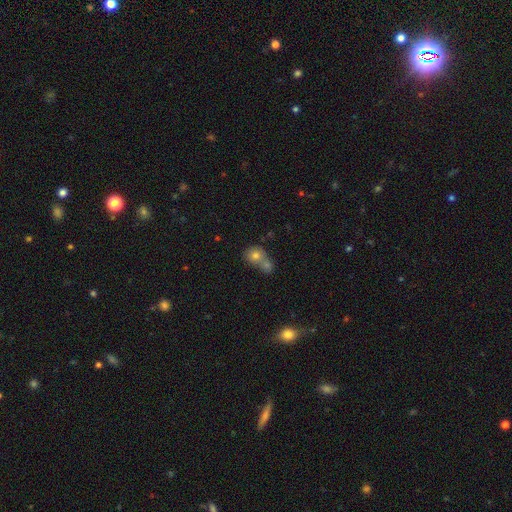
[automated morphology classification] smooth_or_featured: smooth (p=0.75) [alt: featured or disk p=0.14]
how_rounded: round (p=0.69) [alt: in between p=0.30]
merging: merger (p=0.65) [alt: none p=0.24]